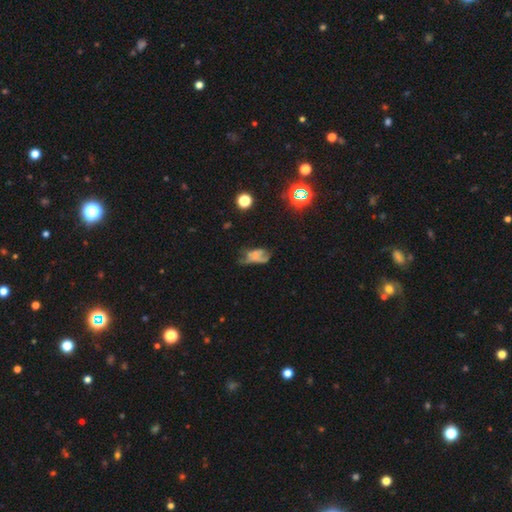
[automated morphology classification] smooth 44%, featured or disk 36%, star or artifact 20%. Down the decision tree: merging — major disturbance (34%).